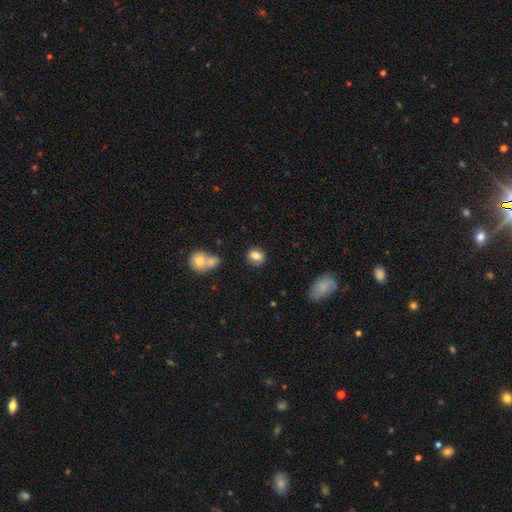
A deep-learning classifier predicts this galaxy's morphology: This appears to be a smooth galaxy with no disk features (81%) that is round (62%). Merging: none (81%).